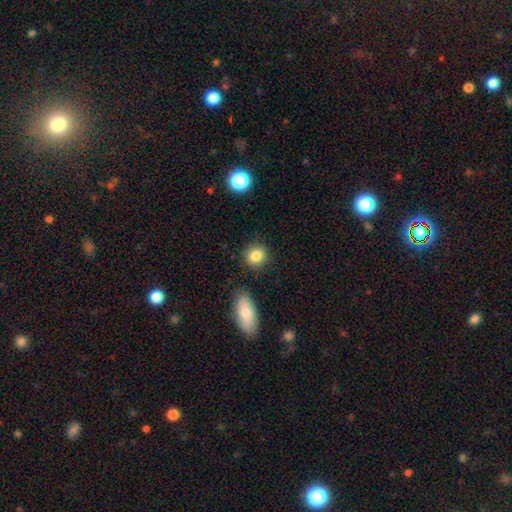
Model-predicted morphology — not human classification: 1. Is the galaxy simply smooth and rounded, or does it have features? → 85% smooth, 9% star or artifact, 6% featured or disk.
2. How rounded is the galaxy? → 86% round, 13% in between, 1% cigar-shaped.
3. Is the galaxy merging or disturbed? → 87% none, 7% minor disturbance, 3% merger, 2% major disturbance.